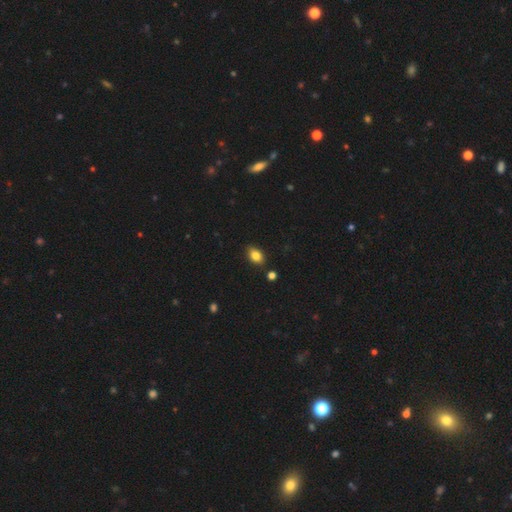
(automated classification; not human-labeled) Overall: smooth (84%). How rounded: in between (84%). Merging: none (83%).